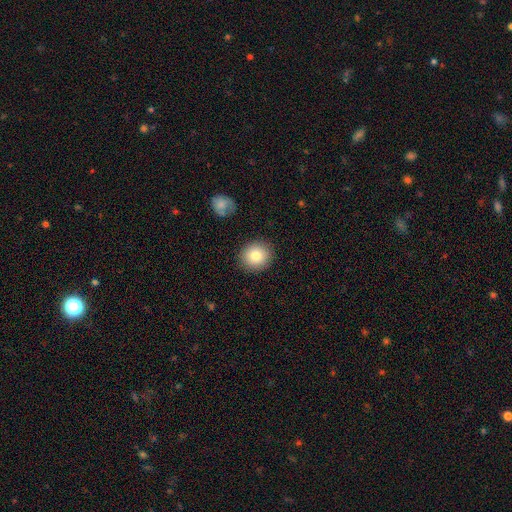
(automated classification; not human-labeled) Smooth or featured?
  - smooth: 83% *
  - star or artifact: 9%
  - featured or disk: 8%
How rounded?
  - round: 87% *
  - in between: 12%
  - cigar-shaped: 1%
Merging?
  - none: 89% *
  - minor disturbance: 7%
  - major disturbance: 2%
  - merger: 1%